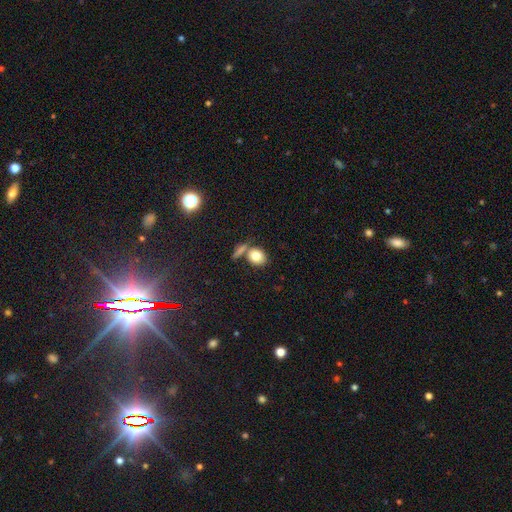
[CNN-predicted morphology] A smooth galaxy with no disk features (79%) that is round (50%).

Vote fractions:
- Smooth or featured? smooth: 79% / featured or disk: 12% / star or artifact: 9%
- How rounded? round: 50% / in between: 48% / cigar-shaped: 2%
- Merging? none: 59% / merger: 25% / minor disturbance: 12% / major disturbance: 5%